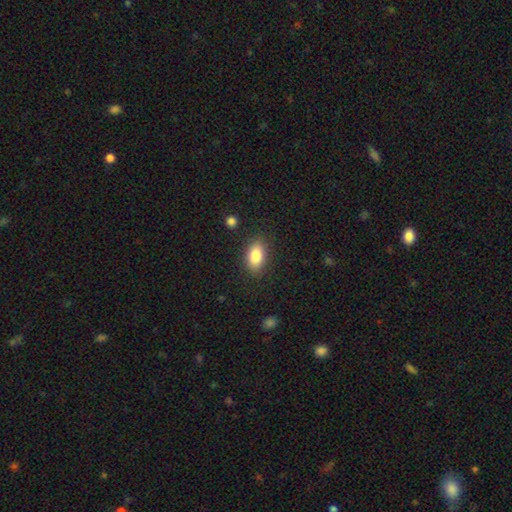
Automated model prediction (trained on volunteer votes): Smooth or featured?
  - smooth: 85% *
  - star or artifact: 8%
  - featured or disk: 7%
How rounded?
  - in between: 90% *
  - round: 6%
  - cigar-shaped: 4%
Merging?
  - none: 86% *
  - minor disturbance: 10%
  - major disturbance: 3%
  - merger: 2%